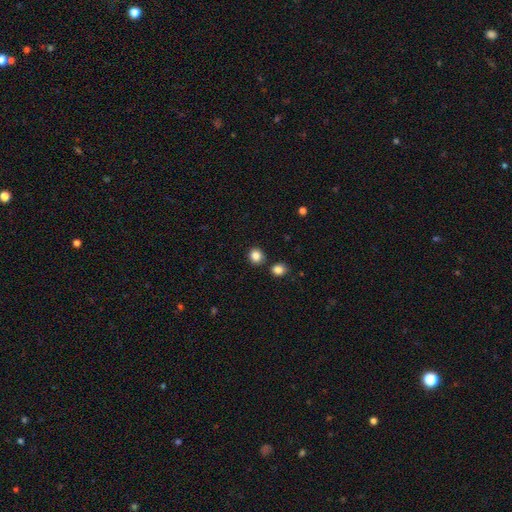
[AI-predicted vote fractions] smooth_or_featured: smooth (p=0.86) [alt: star or artifact p=0.10]
how_rounded: round (p=0.81) [alt: in between p=0.18]
merging: none (p=0.82) [alt: merger p=0.08]